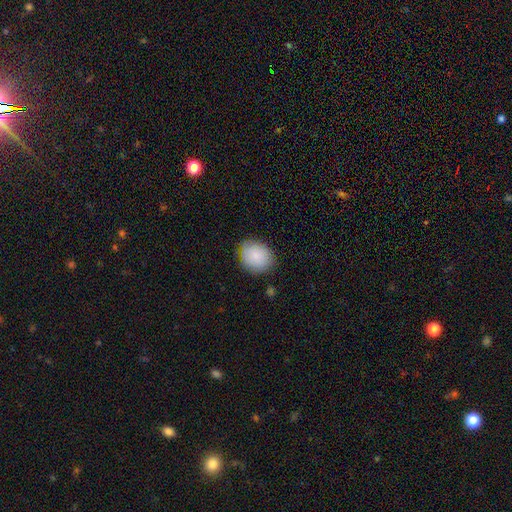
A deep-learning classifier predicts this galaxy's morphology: smooth_or_featured: smooth (p=0.87) [alt: star or artifact p=0.07]
how_rounded: round (p=0.56) [alt: in between p=0.44]
merging: none (p=0.80) [alt: minor disturbance p=0.15]